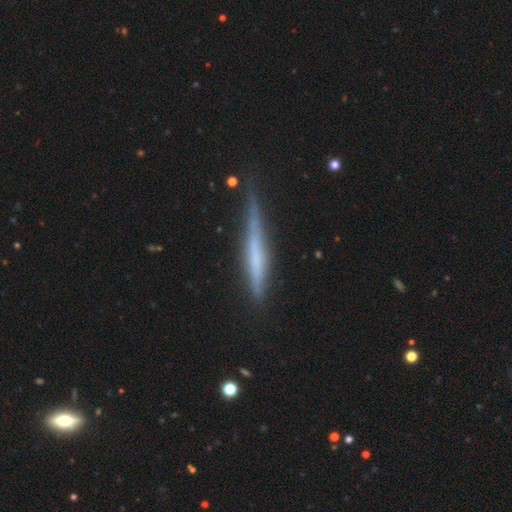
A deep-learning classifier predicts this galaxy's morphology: This is possibly a featured or disk galaxy (58%). It is clearly viewed edge-on (96%). Edge-on bulge: likely none (74%). Merging: likely none (70%).